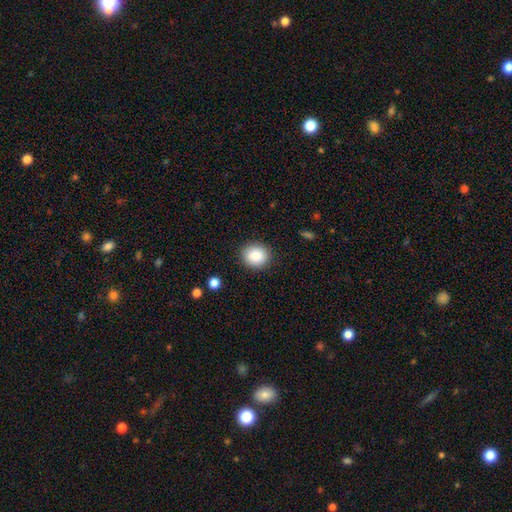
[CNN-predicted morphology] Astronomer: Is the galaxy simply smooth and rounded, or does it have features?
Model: smooth — 87%.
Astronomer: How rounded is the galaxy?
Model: round — 79%.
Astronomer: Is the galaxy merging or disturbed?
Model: none — 89%.